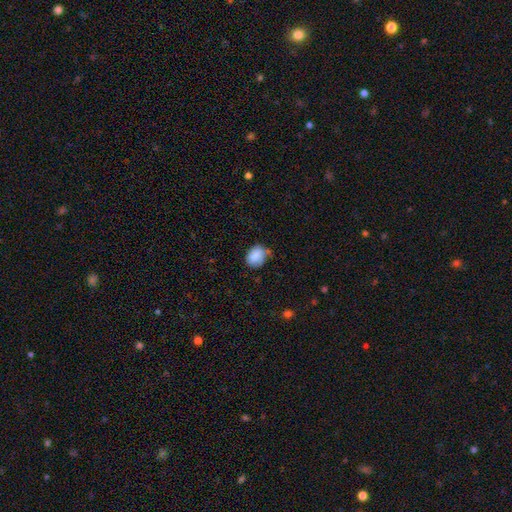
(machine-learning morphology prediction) A smooth galaxy with no disk features (86%) that is in between round and cigar-shaped (58%).

Vote fractions:
- Smooth or featured? smooth: 86% / star or artifact: 8% / featured or disk: 7%
- How rounded? in between: 58% / round: 41% / cigar-shaped: 1%
- Merging? none: 63% / minor disturbance: 27% / major disturbance: 6% / merger: 4%